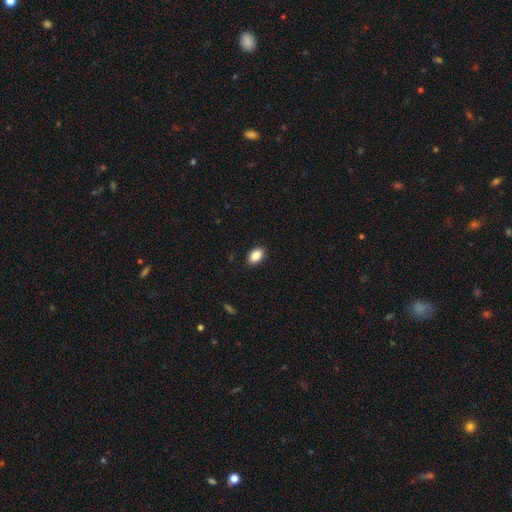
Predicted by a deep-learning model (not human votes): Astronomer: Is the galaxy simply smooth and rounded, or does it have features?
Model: smooth — 86%.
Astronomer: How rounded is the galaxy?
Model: in between — 89%.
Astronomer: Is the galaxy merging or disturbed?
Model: none — 90%.